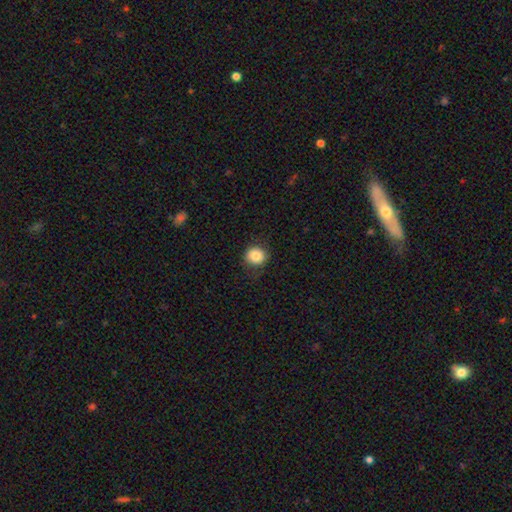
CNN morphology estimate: The model was most divided on "smooth or featured": smooth: 84%, star or artifact: 10%, featured or disk: 6%. More confident: how rounded — round (87%); merging — none (86%).